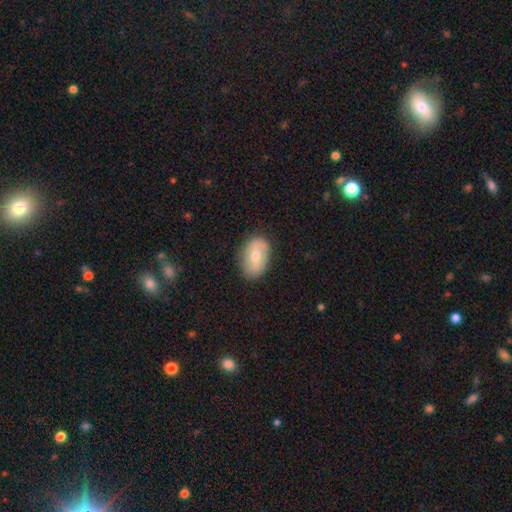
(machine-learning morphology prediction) Q: Smooth or featured?
A: smooth (63%); runner-up: featured or disk (30%)
Q: How rounded?
A: in between (86%); runner-up: round (13%)
Q: Merging?
A: none (82%); runner-up: minor disturbance (13%)